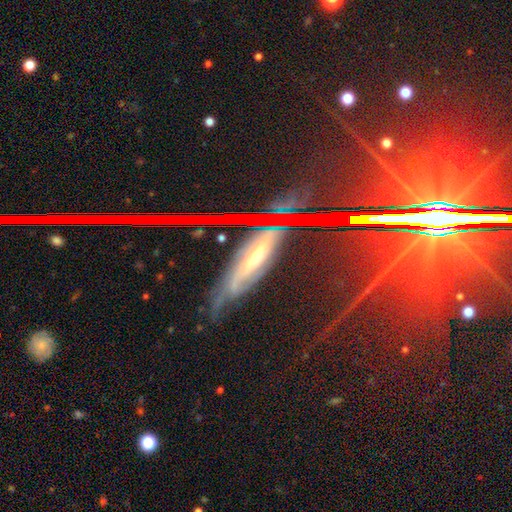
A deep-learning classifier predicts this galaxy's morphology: Smooth or featured? Predicted: featured or disk (p=0.61). Edge-on disk? Predicted: yes (p=0.56). Merging? Predicted: none (p=0.68).